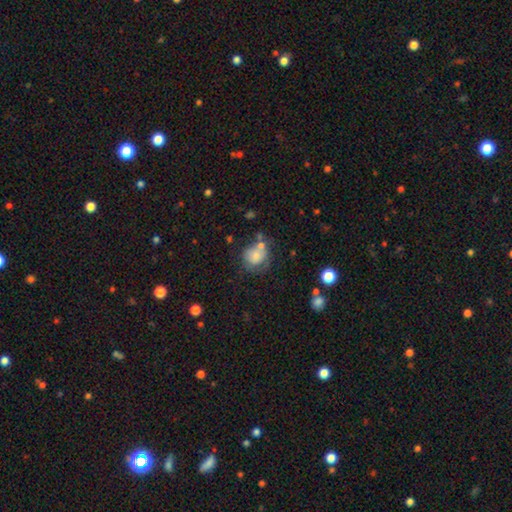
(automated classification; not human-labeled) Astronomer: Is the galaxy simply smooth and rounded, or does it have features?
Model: smooth — 73%.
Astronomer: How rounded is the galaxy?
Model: round — 75%.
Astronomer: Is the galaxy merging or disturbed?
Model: none — 49%.